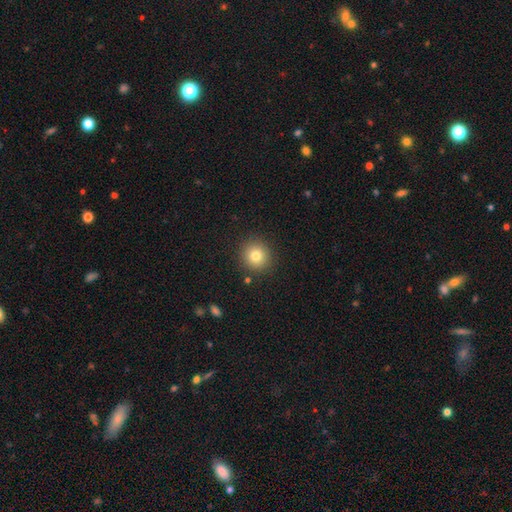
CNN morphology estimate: smooth_or_featured: smooth (p=0.80) [alt: star or artifact p=0.12]
how_rounded: round (p=0.92) [alt: in between p=0.07]
merging: none (p=0.89) [alt: minor disturbance p=0.07]